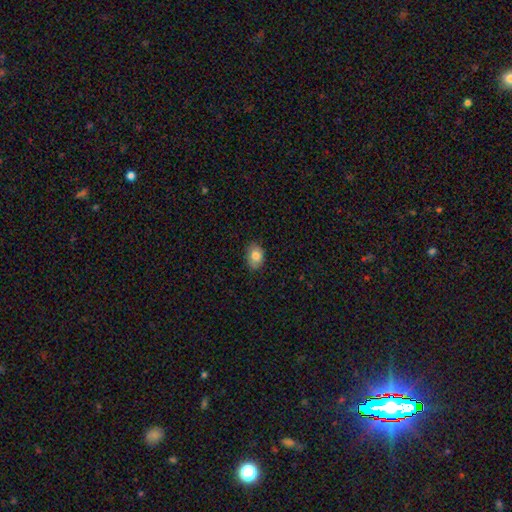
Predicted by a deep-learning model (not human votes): smooth_or_featured: smooth (p=0.81) [alt: featured or disk p=0.11]
how_rounded: in between (p=0.77) [alt: round p=0.22]
merging: none (p=0.81) [alt: minor disturbance p=0.15]